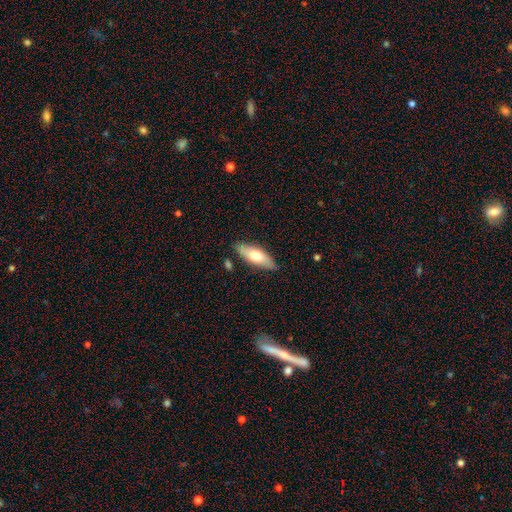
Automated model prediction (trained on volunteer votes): A smooth galaxy with no disk features (61%) that is in between round and cigar-shaped (66%).

Vote fractions:
- Smooth or featured? smooth: 61% / featured or disk: 33% / star or artifact: 6%
- How rounded? in between: 66% / cigar-shaped: 32% / round: 2%
- Merging? none: 85% / minor disturbance: 11% / merger: 2% / major disturbance: 2%